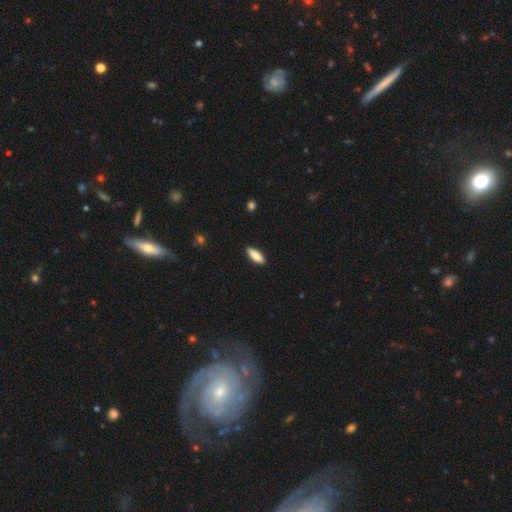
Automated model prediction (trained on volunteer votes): A smooth galaxy with no disk features (81%) that is in between round and cigar-shaped (53%).

Vote fractions:
- Smooth or featured? smooth: 81% / featured or disk: 13% / star or artifact: 6%
- How rounded? in between: 53% / cigar-shaped: 45% / round: 2%
- Merging? none: 88% / minor disturbance: 9% / major disturbance: 2% / merger: 1%